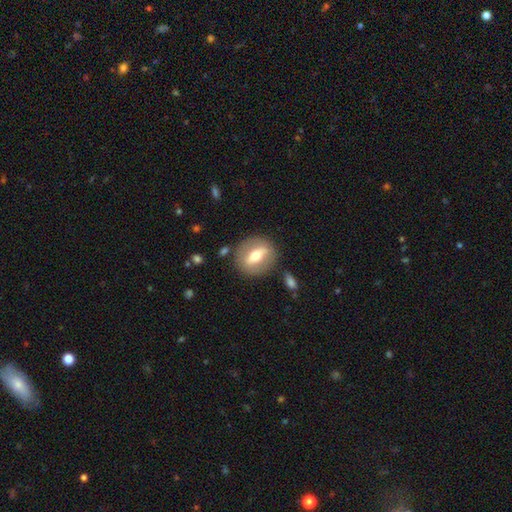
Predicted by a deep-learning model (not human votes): This appears to be a featured or disk galaxy (51%). Merging: none (83%).